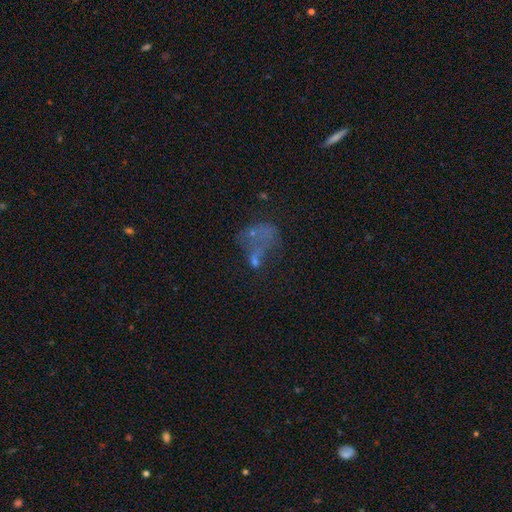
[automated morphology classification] type=featured or disk (37%, tied with smooth); merging=major disturbance (30%).